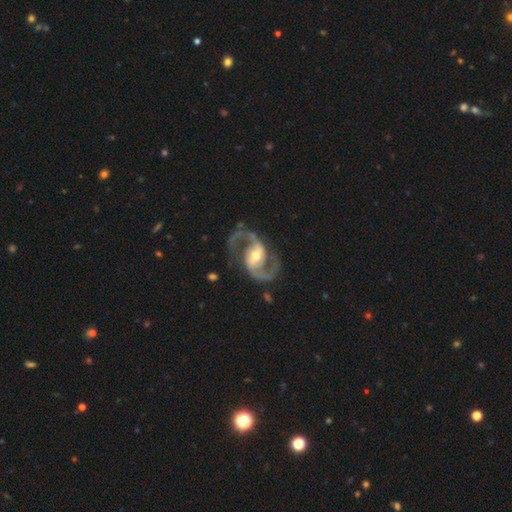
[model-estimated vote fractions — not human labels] Smooth or featured? Predicted: featured or disk (p=0.92). Edge-on disk? Predicted: no (p=0.98). Bar? Predicted: weak (p=0.43). Spiral arms? Predicted: yes (p=0.97). Spiral winding? Predicted: medium (p=0.57). Spiral arm count? Predicted: 2 (p=0.94). Bulge size? Predicted: moderate (p=0.65). Merging? Predicted: none (p=0.78).